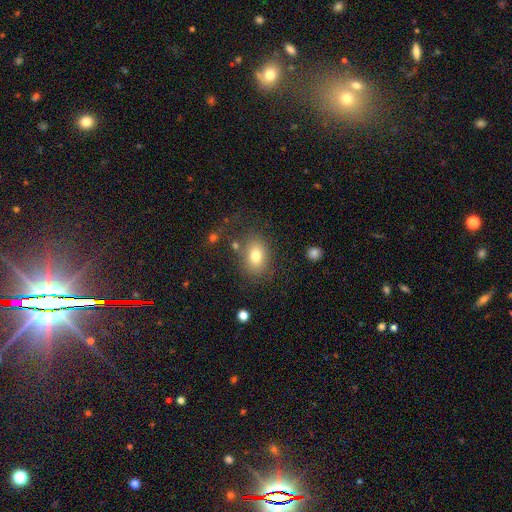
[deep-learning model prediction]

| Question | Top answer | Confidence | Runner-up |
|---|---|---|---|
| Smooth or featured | smooth | 77% | featured or disk (12%) |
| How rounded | in between | 68% | round (30%) |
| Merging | none | 71% | minor disturbance (15%) |